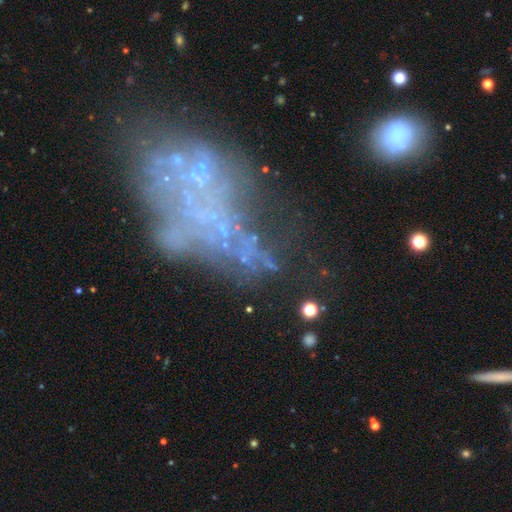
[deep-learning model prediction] Smooth or featured? featured or disk (50%)
Merging? none (41%)